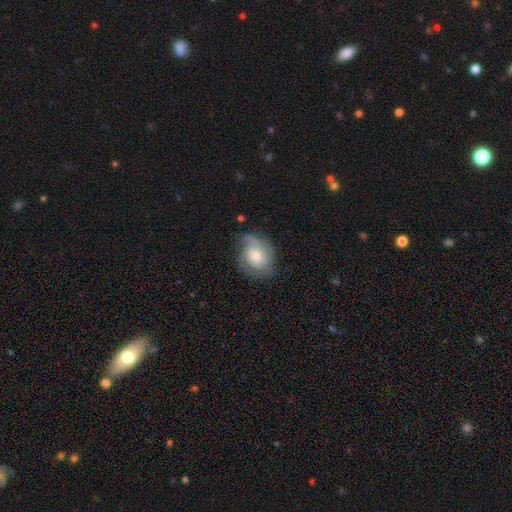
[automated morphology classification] Smooth or featured? Predicted: featured or disk (p=0.66). Edge-on disk? Predicted: no (p=0.97). Bar? Predicted: no (p=0.73). Spiral arms? Predicted: yes (p=0.90). Spiral winding? Predicted: tight (p=0.43). Spiral arm count? Predicted: 2 (p=0.27). Bulge size? Predicted: moderate (p=0.54). Merging? Predicted: none (p=0.60).